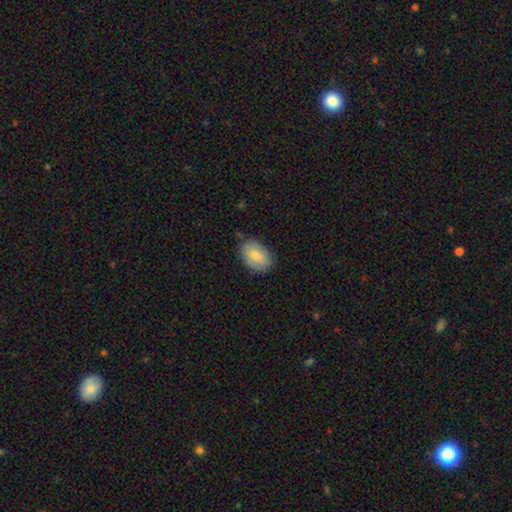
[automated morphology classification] smooth-or-featured: smooth: 82% | featured or disk: 11% | star or artifact: 7%
  how-rounded: in between: 86% | round: 13% | cigar-shaped: 1%
  merging: none: 81% | minor disturbance: 15% | major disturbance: 3% | merger: 1%